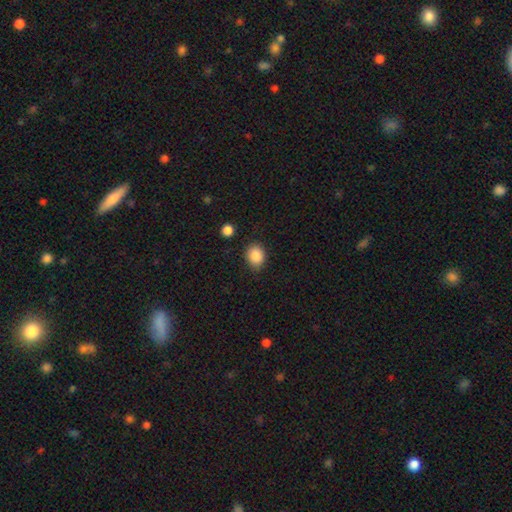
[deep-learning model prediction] The model was most divided on "how rounded": in between: 51%, round: 48%, cigar-shaped: 1%. More confident: smooth or featured — smooth (88%); merging — none (80%).